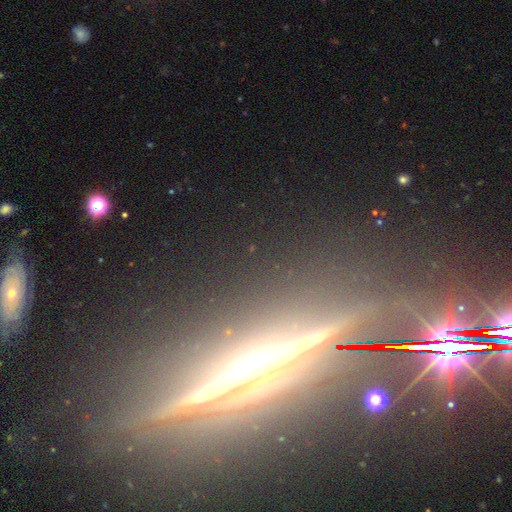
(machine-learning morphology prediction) featured or disk 61%, star or artifact 29%, smooth 9%. Down the decision tree: edge-on disk — yes (91%); edge-on bulge — rounded (73%); merging — none (86%).